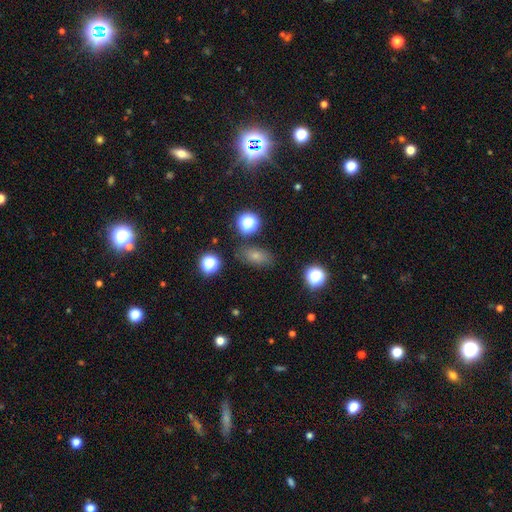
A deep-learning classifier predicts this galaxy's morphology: The model was most divided on "smooth or featured": smooth: 73%, star or artifact: 16%, featured or disk: 11%. More confident: merging — none (80%); how rounded — in between (80%).